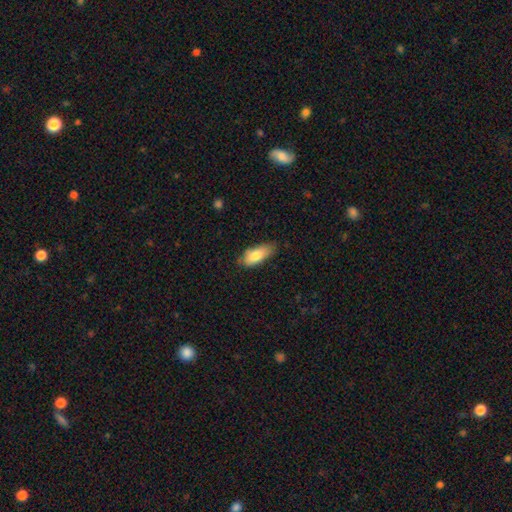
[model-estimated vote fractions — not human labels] Smooth or featured?
  - smooth: 80% *
  - featured or disk: 14%
  - star or artifact: 7%
How rounded?
  - in between: 82% *
  - cigar-shaped: 16%
  - round: 2%
Merging?
  - none: 67% *
  - minor disturbance: 27%
  - major disturbance: 5%
  - merger: 2%